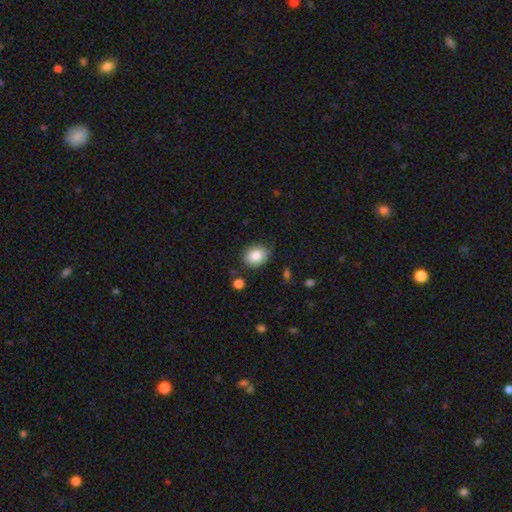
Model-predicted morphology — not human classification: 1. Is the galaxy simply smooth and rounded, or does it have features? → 85% smooth, 8% star or artifact, 7% featured or disk.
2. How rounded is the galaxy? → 50% in between, 49% round, 1% cigar-shaped.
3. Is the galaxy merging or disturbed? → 80% none, 14% minor disturbance, 3% major disturbance, 3% merger.